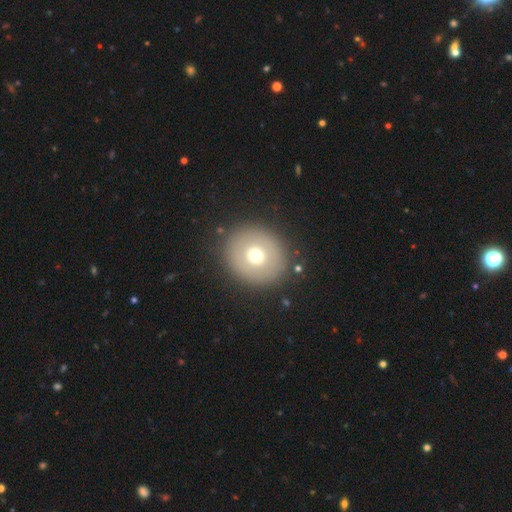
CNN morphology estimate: smooth_or_featured: smooth (p=0.63) [alt: featured or disk p=0.26]
how_rounded: round (p=0.87) [alt: in between p=0.12]
merging: none (p=0.87) [alt: minor disturbance p=0.07]